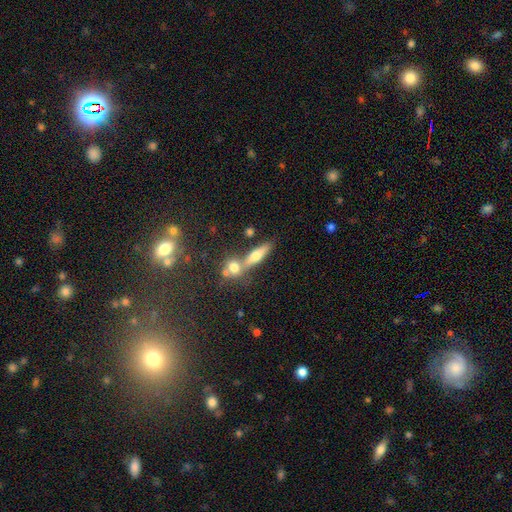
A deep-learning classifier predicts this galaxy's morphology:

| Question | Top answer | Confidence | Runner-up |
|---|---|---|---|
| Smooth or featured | smooth | 51% | featured or disk (36%) |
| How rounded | cigar-shaped | 61% | in between (31%) |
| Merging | none | 56% | merger (29%) |